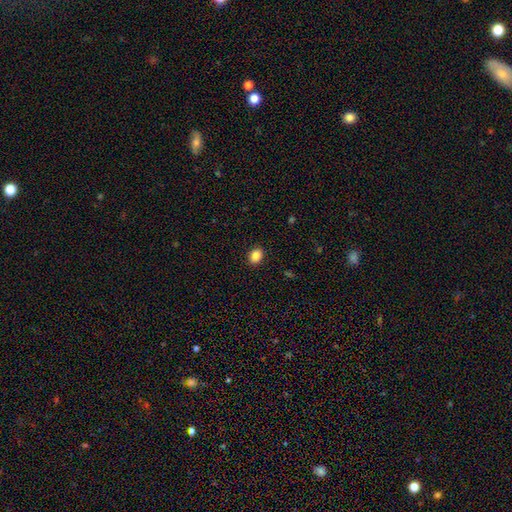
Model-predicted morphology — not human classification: smooth-or-featured: smooth: 86% | star or artifact: 10% | featured or disk: 4%
  how-rounded: in between: 57% | round: 42% | cigar-shaped: 1%
  merging: none: 91% | minor disturbance: 6% | major disturbance: 2% | merger: 1%